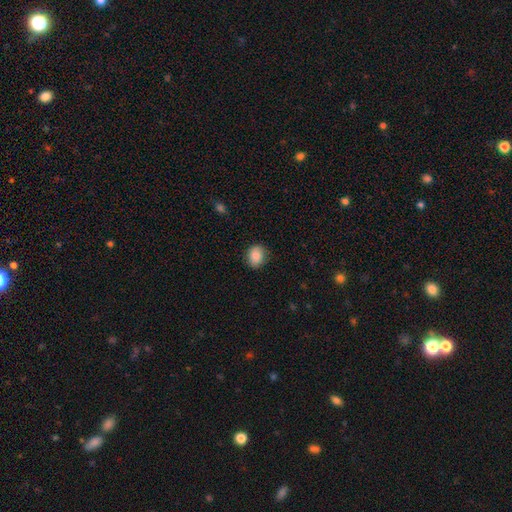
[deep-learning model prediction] smooth_or_featured: smooth (p=0.86) [alt: star or artifact p=0.08]
how_rounded: round (p=0.53) [alt: in between p=0.46]
merging: none (p=0.83) [alt: minor disturbance p=0.13]